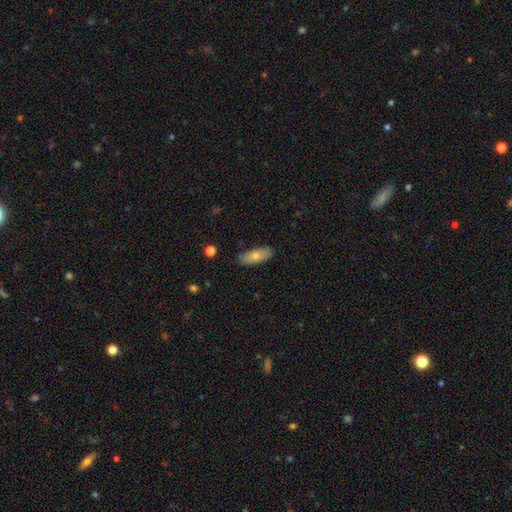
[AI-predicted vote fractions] This appears to be a smooth galaxy with no disk features (65%) that is in between round and cigar-shaped (69%). Merging: none (86%).